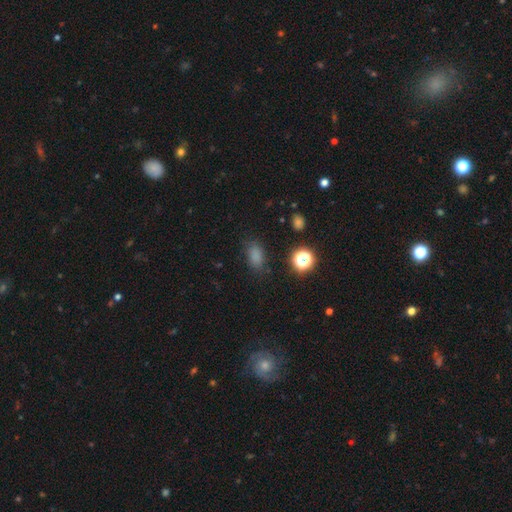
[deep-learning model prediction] Smooth or featured: smooth — 78% (star or artifact — 17%)
How rounded: in between — 84% (round — 13%)
Merging: none — 79% (minor disturbance — 14%)